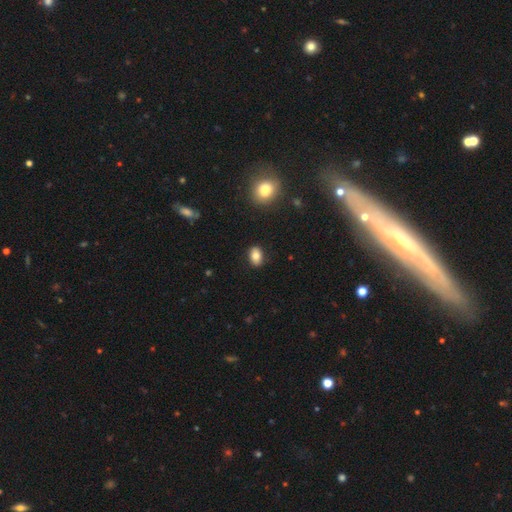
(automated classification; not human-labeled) smooth-or-featured: smooth: 82% | star or artifact: 9% | featured or disk: 9%
  how-rounded: in between: 79% | round: 19% | cigar-shaped: 2%
  merging: none: 87% | minor disturbance: 10% | major disturbance: 2% | merger: 1%